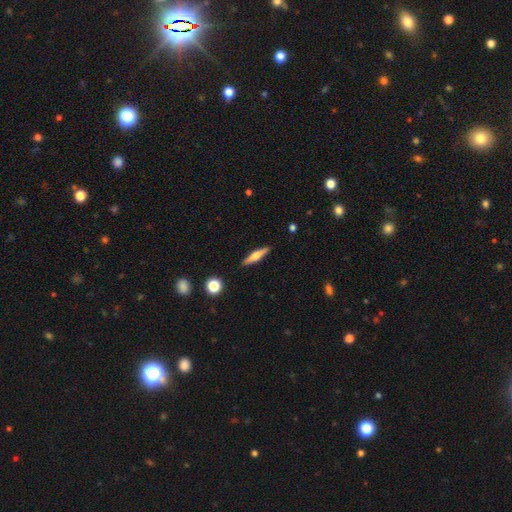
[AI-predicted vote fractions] smooth-or-featured: smooth: 48% | featured or disk: 46% | star or artifact: 6%
  merging: none: 89% | minor disturbance: 8% | major disturbance: 2% | merger: 1%